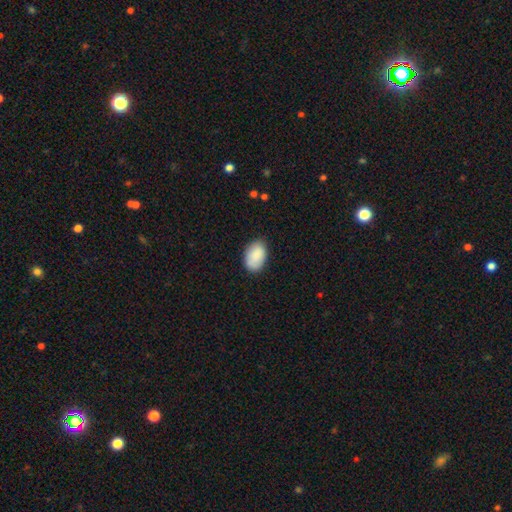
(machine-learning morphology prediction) Smooth or featured? Predicted: smooth (p=0.88). How rounded? Predicted: in between (p=0.90). Merging? Predicted: none (p=0.81).